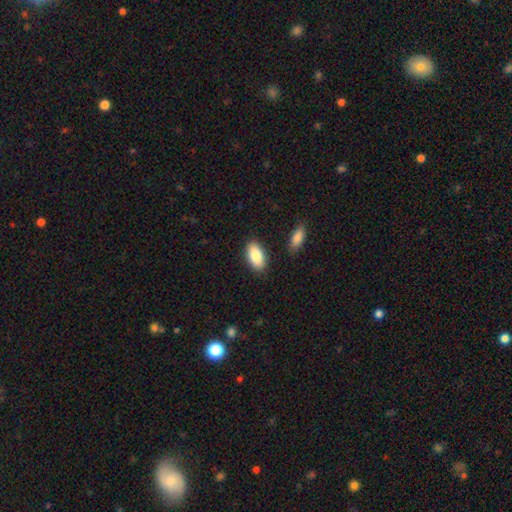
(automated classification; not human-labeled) A smooth galaxy with no disk features (86%) that is in between round and cigar-shaped (92%).

Vote fractions:
- Smooth or featured? smooth: 86% / featured or disk: 8% / star or artifact: 6%
- How rounded? in between: 92% / cigar-shaped: 5% / round: 3%
- Merging? none: 86% / minor disturbance: 9% / merger: 3% / major disturbance: 2%